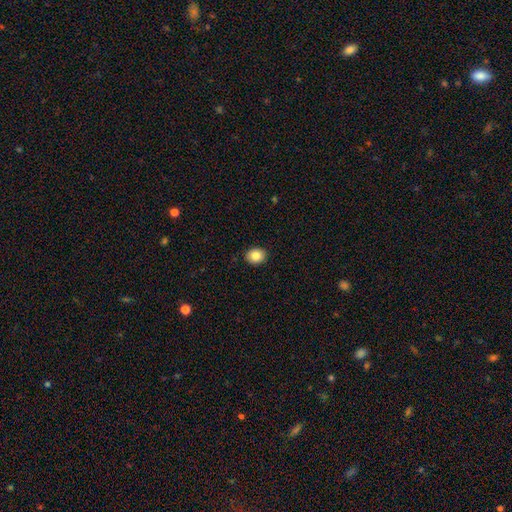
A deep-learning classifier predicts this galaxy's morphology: Smooth or featured?
  - smooth: 85% *
  - star or artifact: 9%
  - featured or disk: 7%
How rounded?
  - round: 59% *
  - in between: 40%
  - cigar-shaped: 1%
Merging?
  - none: 91% *
  - minor disturbance: 6%
  - major disturbance: 2%
  - merger: 1%